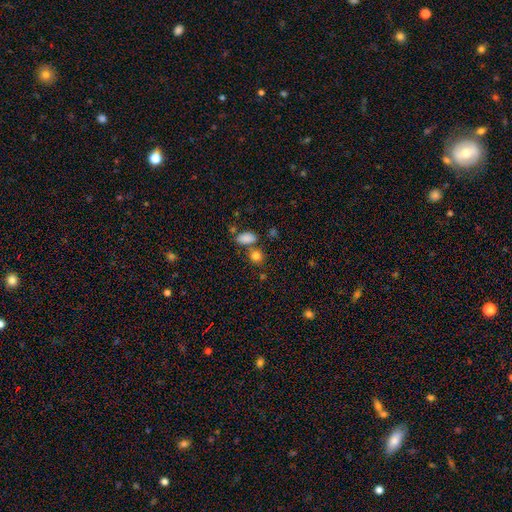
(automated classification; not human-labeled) Smooth or featured: smooth — 82% (star or artifact — 12%)
How rounded: round — 63% (in between — 35%)
Merging: none — 65% (merger — 20%)